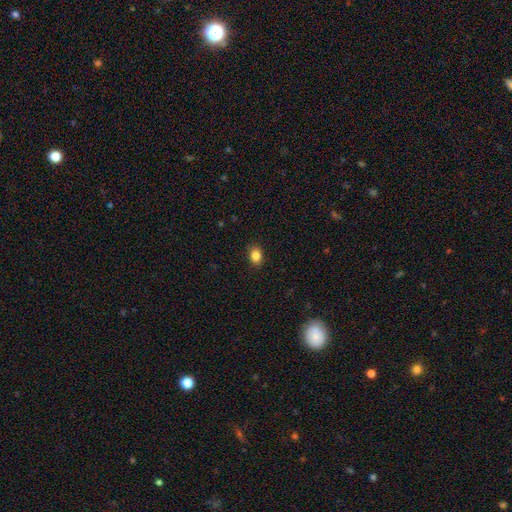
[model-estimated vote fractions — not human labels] Morphology: type=smooth (85%); roundness=in between (62%); merging=none (89%).